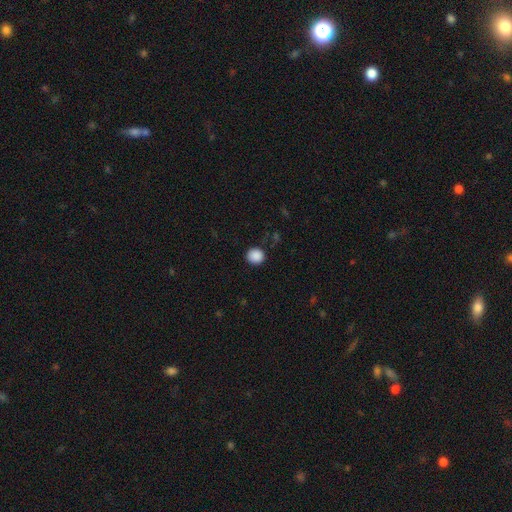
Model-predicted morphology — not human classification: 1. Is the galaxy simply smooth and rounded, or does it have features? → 89% smooth, 9% star or artifact, 2% featured or disk.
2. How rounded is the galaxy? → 88% round, 11% in between, 1% cigar-shaped.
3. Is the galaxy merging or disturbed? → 89% none, 8% minor disturbance, 2% major disturbance, 1% merger.